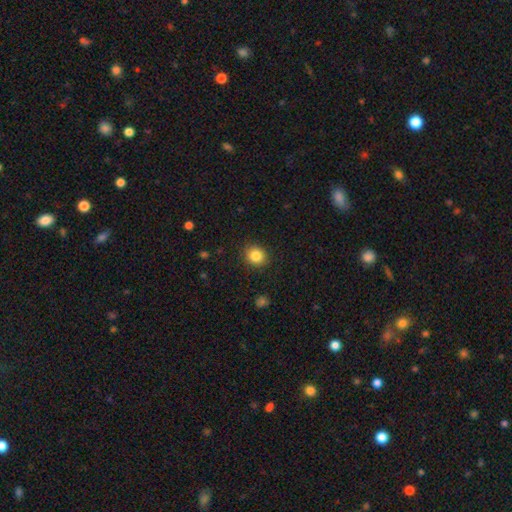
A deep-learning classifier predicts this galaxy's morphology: Q: Smooth or featured?
A: smooth (84%); runner-up: star or artifact (10%)
Q: How rounded?
A: round (78%); runner-up: in between (21%)
Q: Merging?
A: none (90%); runner-up: minor disturbance (7%)